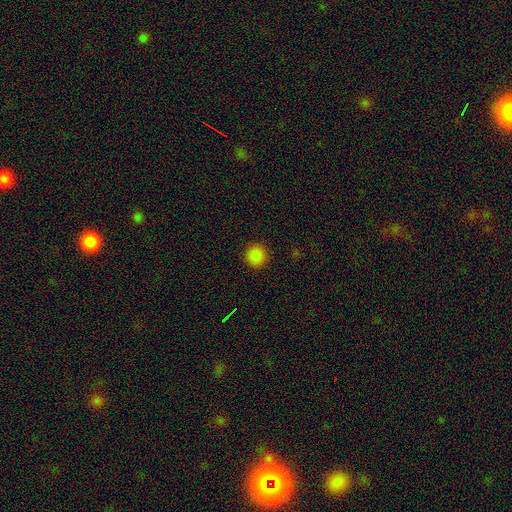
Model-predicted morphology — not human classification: Smooth or featured? smooth (85%)
How rounded? round (93%)
Merging? none (92%)